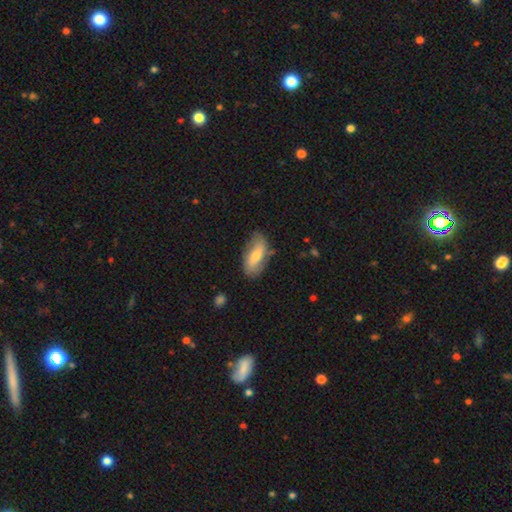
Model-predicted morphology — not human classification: Smooth or featured? smooth (51%)
How rounded? in between (83%)
Merging? none (74%)